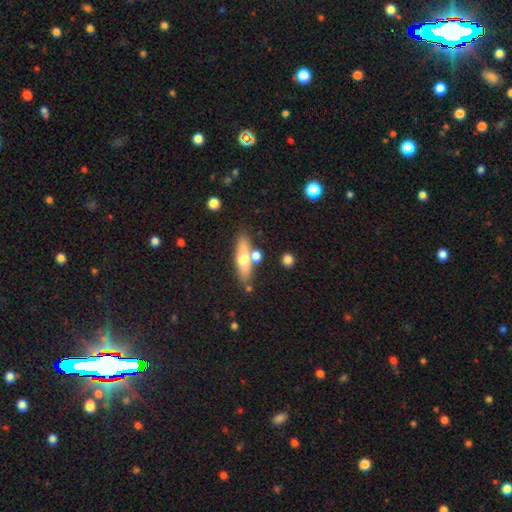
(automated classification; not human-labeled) This is possibly a smooth galaxy (55%). How rounded: possibly cigar-shaped (58%). Merging: likely none (68%).